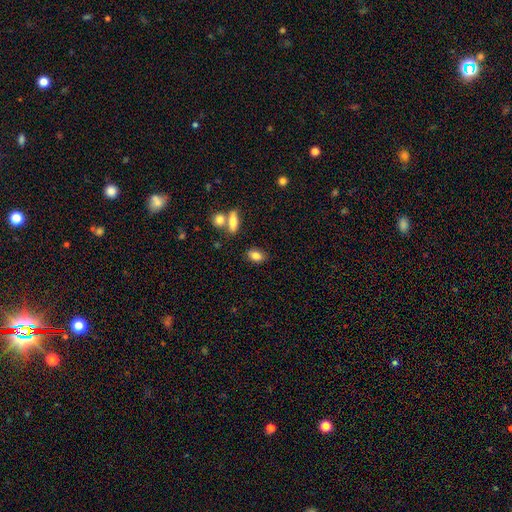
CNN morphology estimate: Smooth or featured? Predicted: smooth (p=0.82). How rounded? Predicted: in between (p=0.83). Merging? Predicted: none (p=0.80).